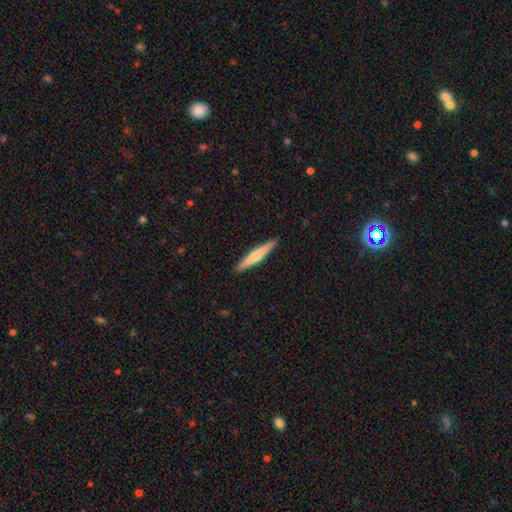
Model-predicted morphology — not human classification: This appears to be a smooth galaxy with no disk features (51%) that is cigar-shaped (94%). Merging: none (92%).